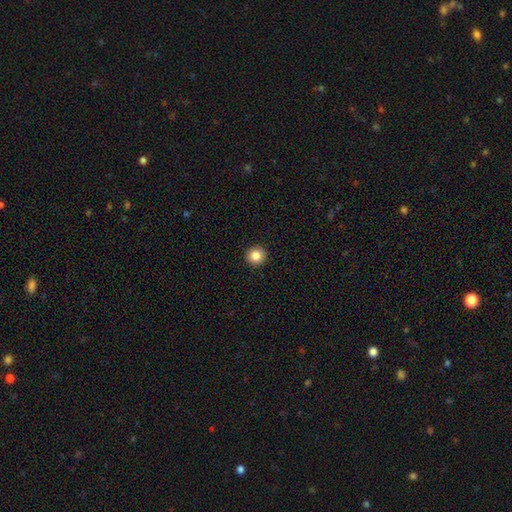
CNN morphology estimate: Smooth or featured?
  - smooth: 85% *
  - star or artifact: 10%
  - featured or disk: 5%
How rounded?
  - round: 92% *
  - in between: 7%
  - cigar-shaped: 1%
Merging?
  - none: 93% *
  - minor disturbance: 4%
  - major disturbance: 1%
  - merger: 1%